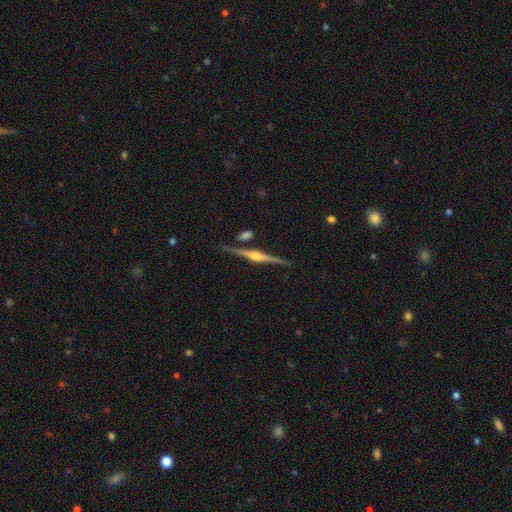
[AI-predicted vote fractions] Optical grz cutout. It shows a featured or disk galaxy (87%) viewed edge-on (98%) with a rounded central bulge (91%). Merging: none (84%).